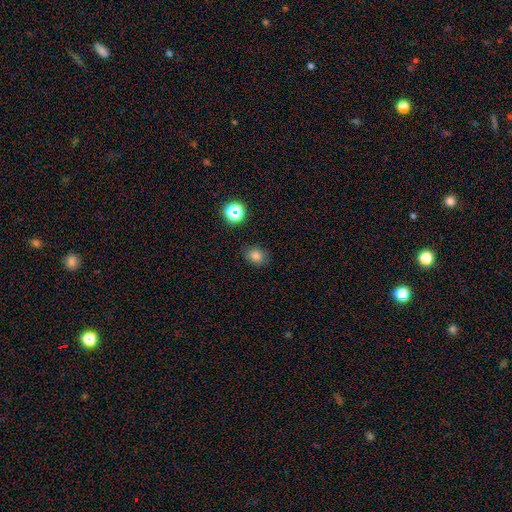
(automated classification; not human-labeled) smooth_or_featured: smooth (p=0.79) [alt: star or artifact p=0.15]
how_rounded: round (p=0.59) [alt: in between p=0.40]
merging: none (p=0.84) [alt: minor disturbance p=0.11]